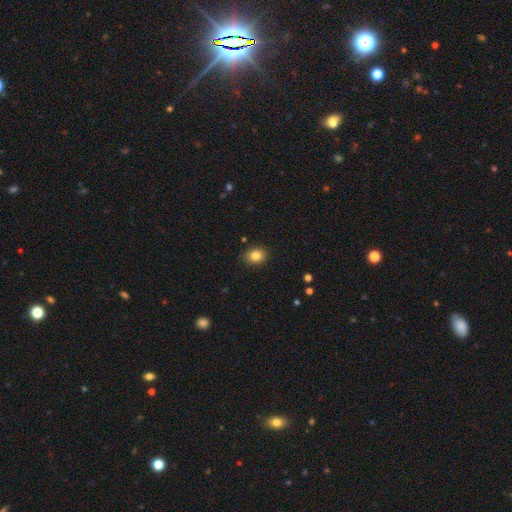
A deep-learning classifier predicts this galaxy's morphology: Overall: smooth (85%). How rounded: round (57%; in between 42%). Merging: none (88%).